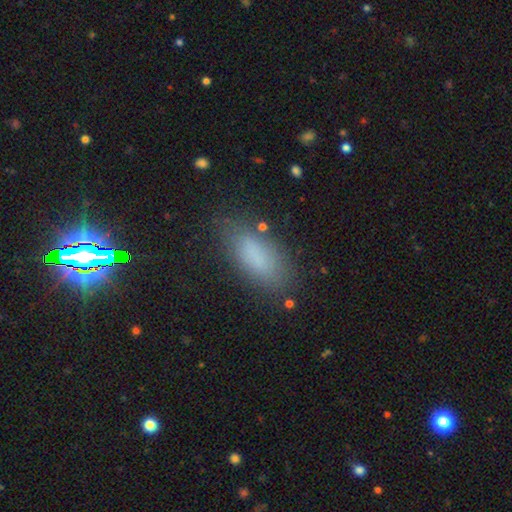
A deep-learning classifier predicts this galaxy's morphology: A smooth galaxy with no disk features (82%) that is in between round and cigar-shaped (81%). Merging: none (79%).